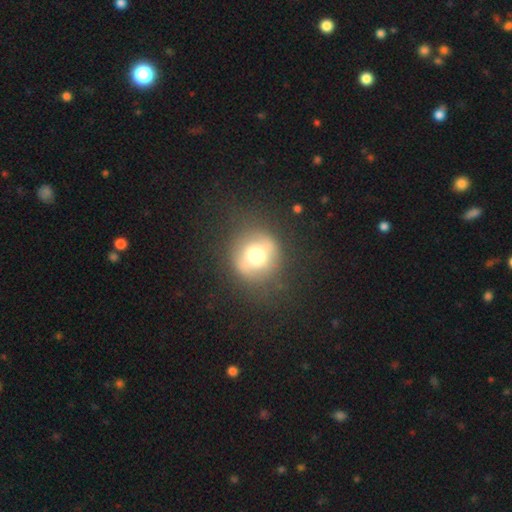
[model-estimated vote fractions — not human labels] Smooth or featured? smooth (60%)
How rounded? round (90%)
Merging? none (77%)